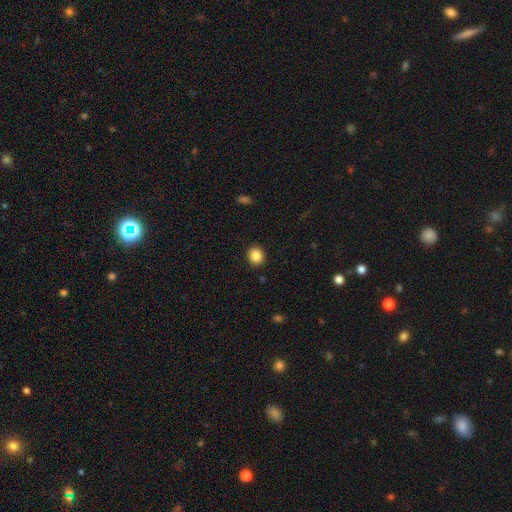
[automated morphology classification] Smooth or featured: smooth — 86% (star or artifact — 10%)
How rounded: round — 75% (in between — 24%)
Merging: none — 91% (minor disturbance — 6%)